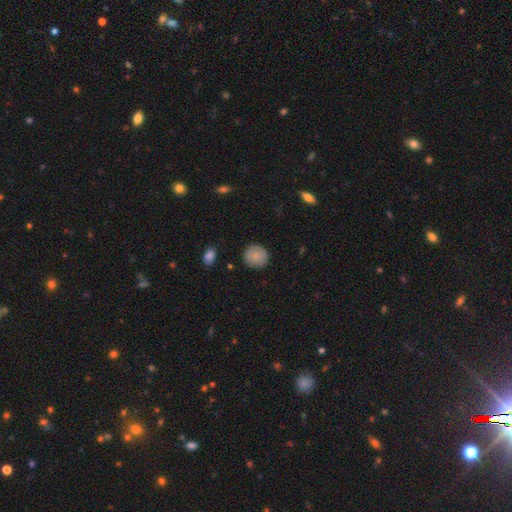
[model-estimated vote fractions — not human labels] This appears to be a smooth galaxy with no disk features (84%) that is round (91%). Merging: none (88%).